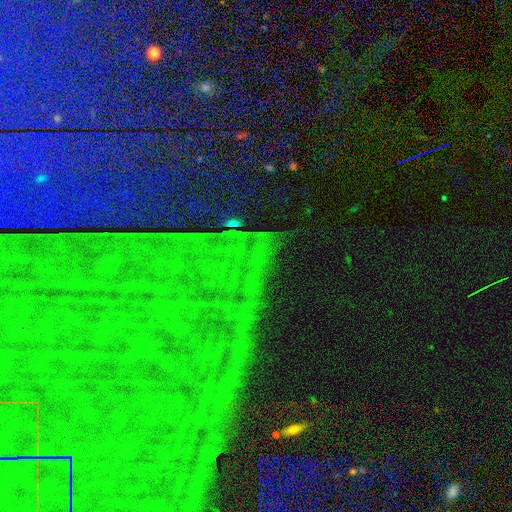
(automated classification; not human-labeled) This appears to be a star or artifact, not a galaxy (83%).